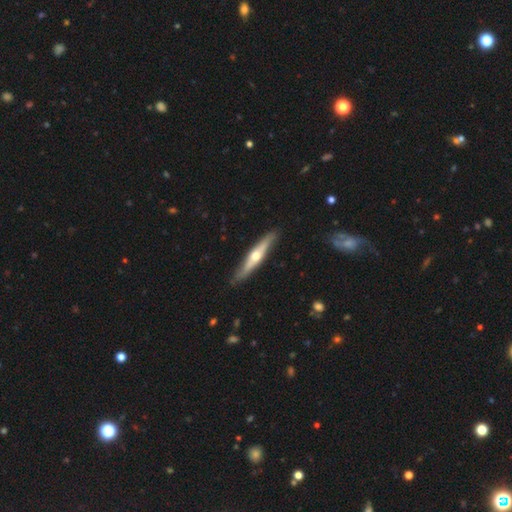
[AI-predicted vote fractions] The model was most divided on "smooth or featured": featured or disk: 64%, smooth: 32%, star or artifact: 5%. More confident: edge-on disk — yes (92%); edge-on bulge — rounded (91%); merging — none (86%).